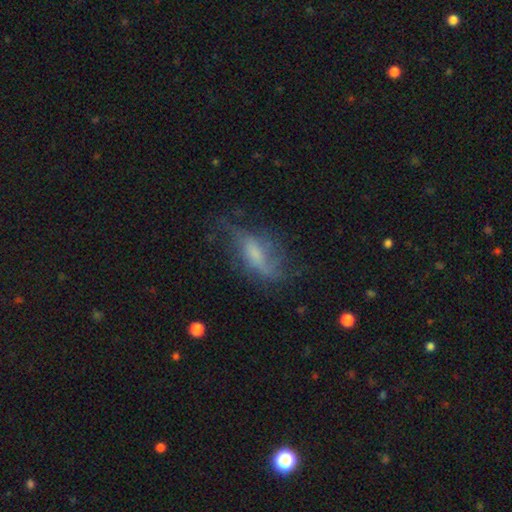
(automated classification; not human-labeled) Q: Smooth or featured?
A: featured or disk (53%); runner-up: smooth (37%)
Q: Edge-on disk?
A: no (82%); runner-up: yes (18%)
Q: Merging?
A: none (41%); runner-up: major disturbance (28%)